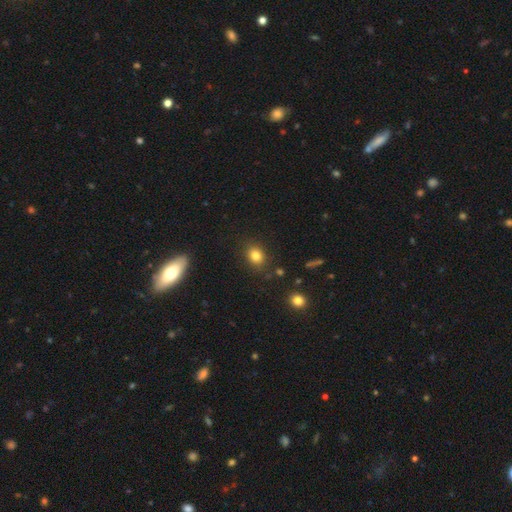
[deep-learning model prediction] Morphology: type=smooth (81%); roundness=round (55%); merging=none (85%).